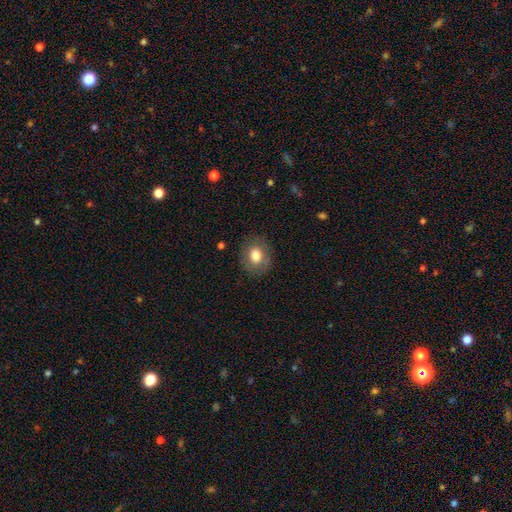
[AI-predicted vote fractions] Q: Smooth or featured?
A: smooth (77%); runner-up: featured or disk (14%)
Q: How rounded?
A: round (57%); runner-up: in between (42%)
Q: Merging?
A: none (84%); runner-up: minor disturbance (11%)